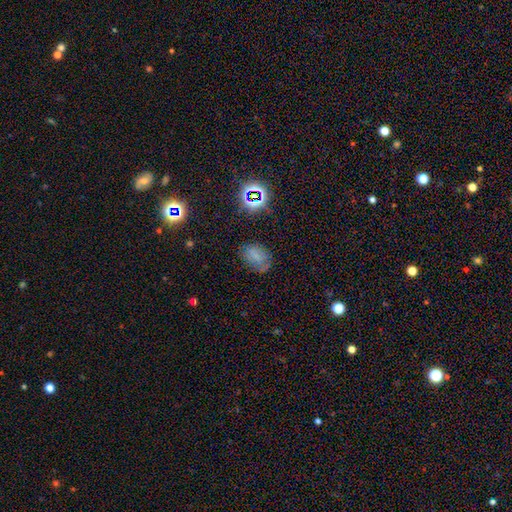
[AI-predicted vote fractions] This appears to be a smooth galaxy with no disk features (58%) that is in between round and cigar-shaped (79%). Merging: none (62%).